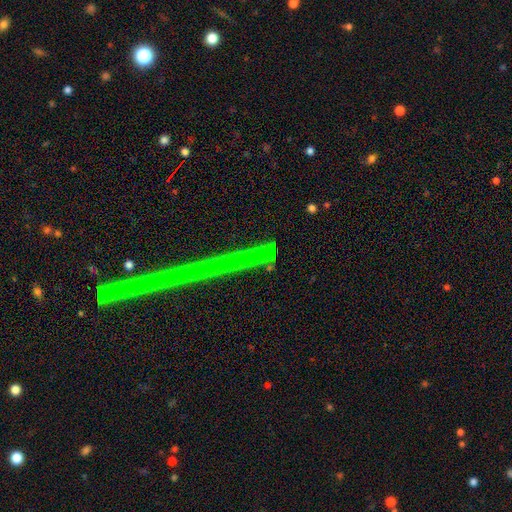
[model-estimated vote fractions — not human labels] Q: Smooth or featured?
A: star or artifact (76%); runner-up: featured or disk (15%)